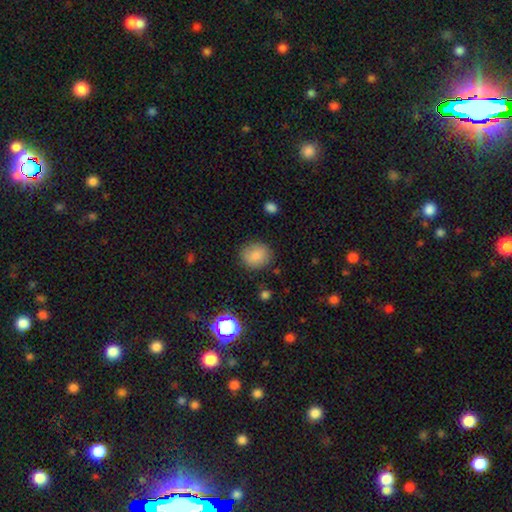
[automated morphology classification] smooth 83%, star or artifact 10%, featured or disk 7%. Down the decision tree: how rounded — round (77%); merging — none (84%).